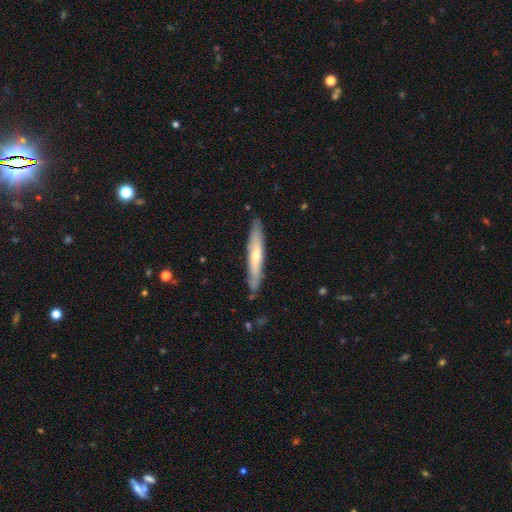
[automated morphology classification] A featured or disk galaxy (49%). Merging: none (85%).